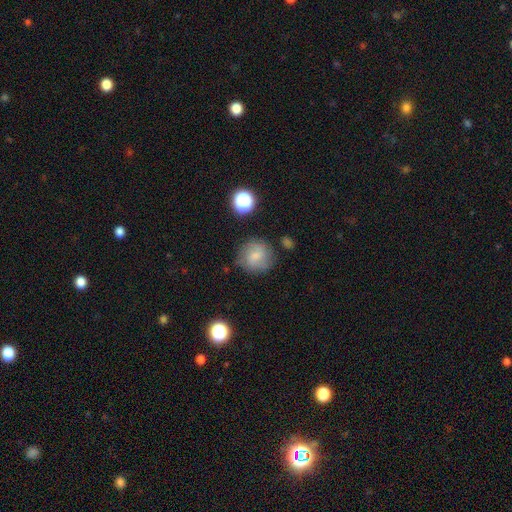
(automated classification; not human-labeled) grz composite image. It shows a smooth galaxy with no disk features (64%) that is round (88%). Merging: none (75%).